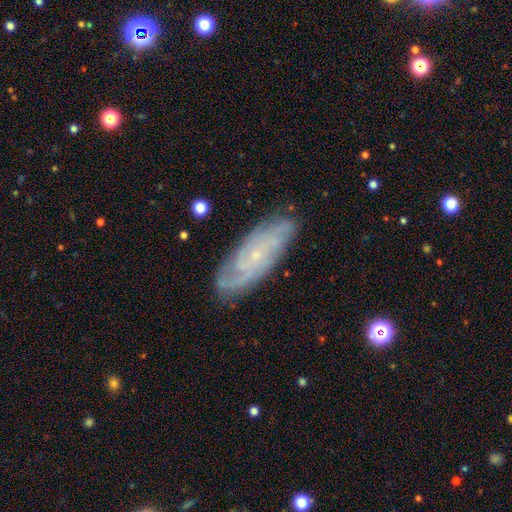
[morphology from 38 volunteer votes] Smooth or featured?
  - featured or disk: 84% *
  - smooth: 13%
  - star or artifact: 3%
Edge-on disk?
  - no: 88% *
  - yes: 12%
Bar?
  - no: 79% *
  - weak: 18%
  - strong: 4%
Spiral arms?
  - yes: 100% *
  - no: 0%
Spiral winding?
  - medium: 61% *
  - tight: 39%
  - loose: 0%
Spiral arm count?
  - can't tell: 29% *
  - 2: 25%
  - 3: 21%
  - 4: 21%
  - 1: 4%
  - more than 4: 0%
Bulge size?
  - small: 82% *
  - moderate: 14%
  - none: 4%
  - dominant: 0%
  - large: 0%
Merging?
  - none: 78% *
  - minor disturbance: 16%
  - major disturbance: 3%
  - merger: 3%